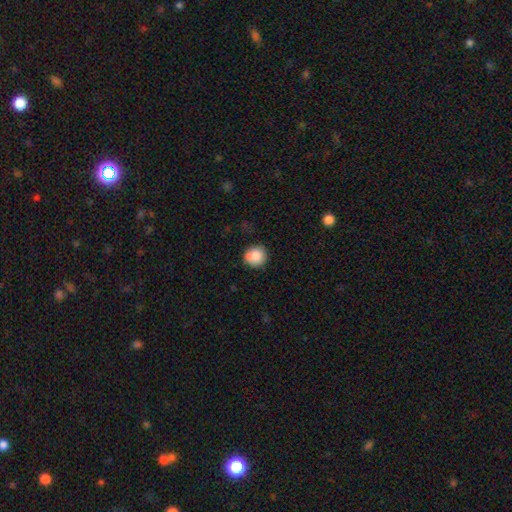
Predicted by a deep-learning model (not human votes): A smooth galaxy with no disk features (84%) that is round (89%). Merging: none (76%).